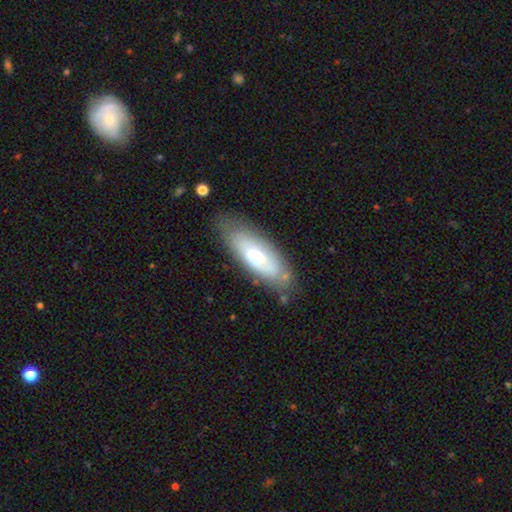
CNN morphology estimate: smooth-or-featured: smooth: 50% | featured or disk: 43% | star or artifact: 6%
  how-rounded: in between: 66% | cigar-shaped: 32% | round: 2%
  merging: none: 72% | minor disturbance: 19% | major disturbance: 6% | merger: 3%